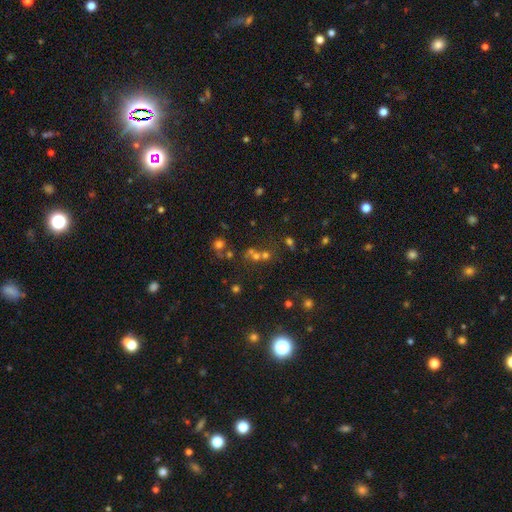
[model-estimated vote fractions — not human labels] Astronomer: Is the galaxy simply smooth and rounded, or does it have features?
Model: smooth — 46% (runner-up: star or artifact, 39%).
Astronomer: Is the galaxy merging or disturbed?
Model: none — 52% (runner-up: merger, 34%).